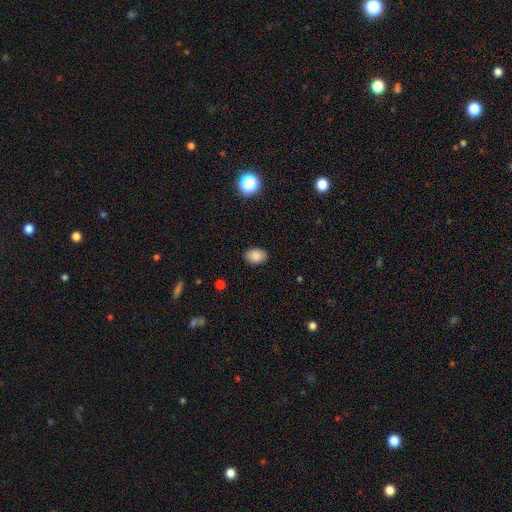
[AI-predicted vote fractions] The model was most divided on "how rounded": in between: 75%, round: 24%, cigar-shaped: 1%. More confident: merging — none (88%); smooth or featured — smooth (85%).